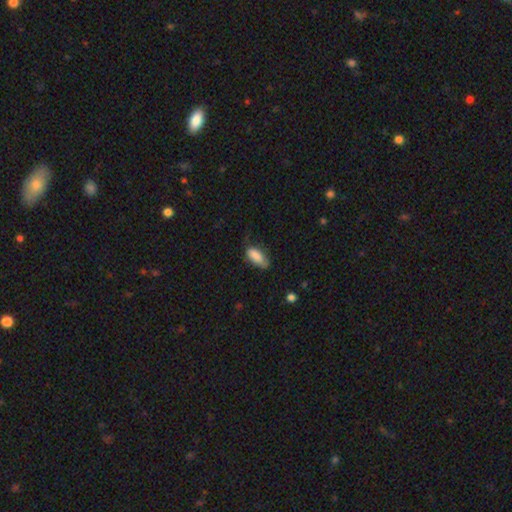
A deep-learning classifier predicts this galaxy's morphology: Q: Smooth or featured?
A: smooth (85%); runner-up: featured or disk (8%)
Q: How rounded?
A: in between (85%); runner-up: cigar-shaped (13%)
Q: Merging?
A: none (56%); runner-up: minor disturbance (33%)